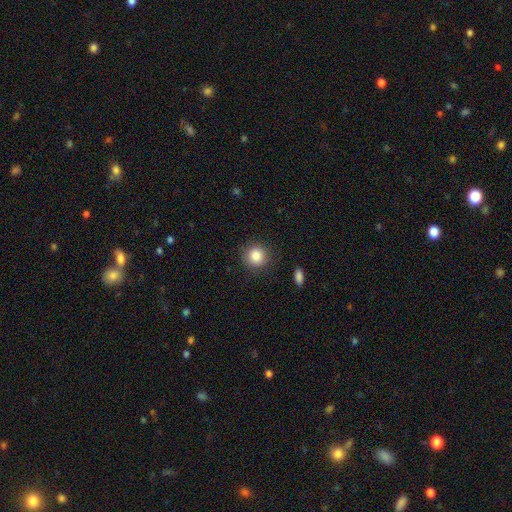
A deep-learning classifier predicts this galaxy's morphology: Smooth or featured: smooth — 85% (star or artifact — 9%)
How rounded: round — 91% (in between — 8%)
Merging: none — 88% (minor disturbance — 8%)